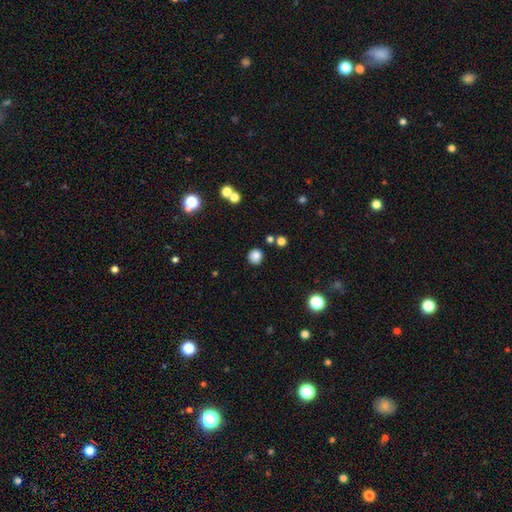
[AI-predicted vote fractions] Smooth or featured? Predicted: smooth (p=0.83). How rounded? Predicted: round (p=0.91). Merging? Predicted: none (p=0.86).